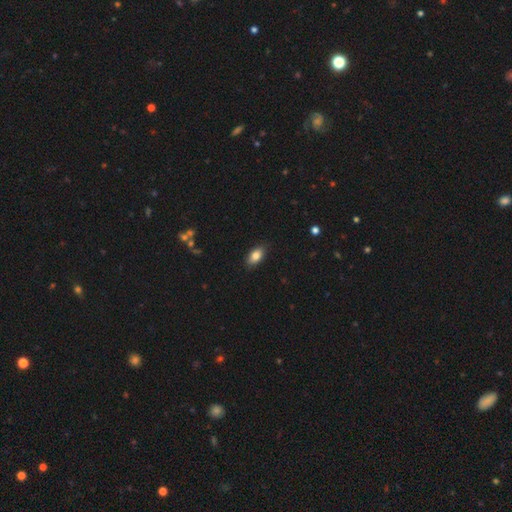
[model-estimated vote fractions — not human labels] Smooth or featured?
  - smooth: 82% *
  - featured or disk: 10%
  - star or artifact: 8%
How rounded?
  - in between: 91% *
  - round: 5%
  - cigar-shaped: 4%
Merging?
  - none: 87% *
  - minor disturbance: 10%
  - major disturbance: 2%
  - merger: 1%